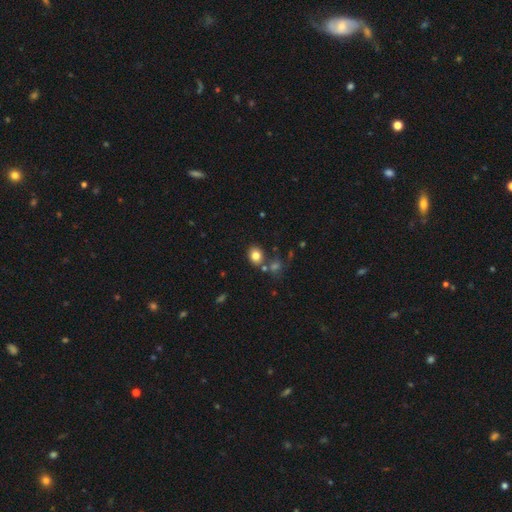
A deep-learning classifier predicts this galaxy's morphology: Smooth or featured?
  - smooth: 81% *
  - star or artifact: 12%
  - featured or disk: 7%
How rounded?
  - round: 60% *
  - in between: 39%
  - cigar-shaped: 1%
Merging?
  - none: 71% *
  - merger: 14%
  - minor disturbance: 11%
  - major disturbance: 4%